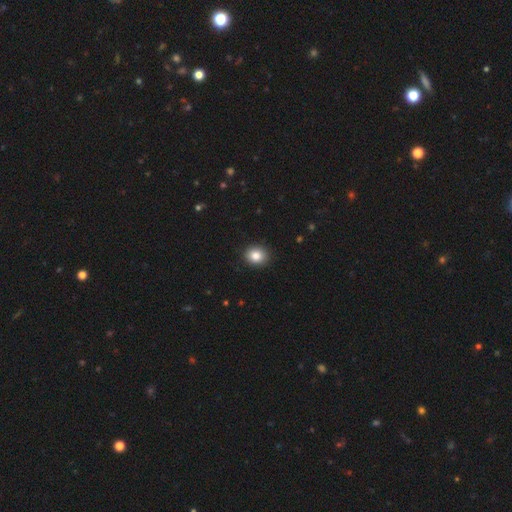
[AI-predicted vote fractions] Smooth or featured? smooth (85%)
How rounded? round (67%)
Merging? none (91%)